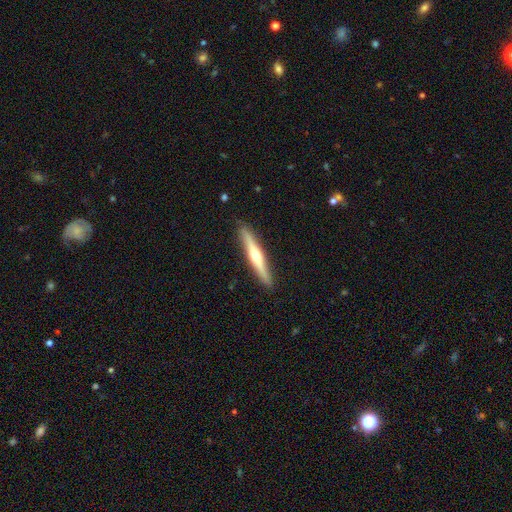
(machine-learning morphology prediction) featured or disk 58%, smooth 37%, star or artifact 5%. Down the decision tree: edge-on disk — yes (96%); edge-on bulge — rounded (83%); merging — none (90%).